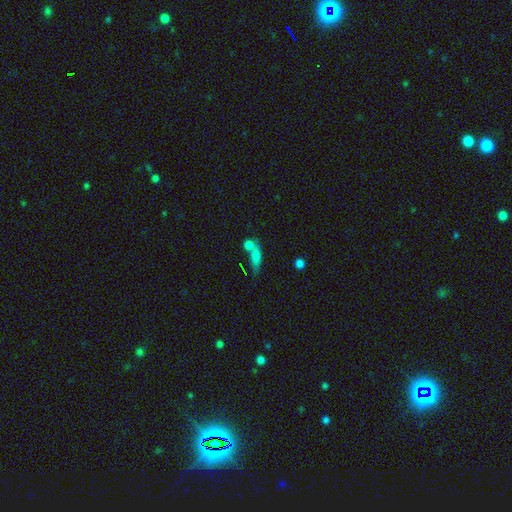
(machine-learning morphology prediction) smooth-or-featured: smooth: 72% | featured or disk: 17% | star or artifact: 11%
  how-rounded: in between: 51% | cigar-shaped: 38% | round: 11%
  merging: none: 41% | merger: 36% | minor disturbance: 15% | major disturbance: 9%